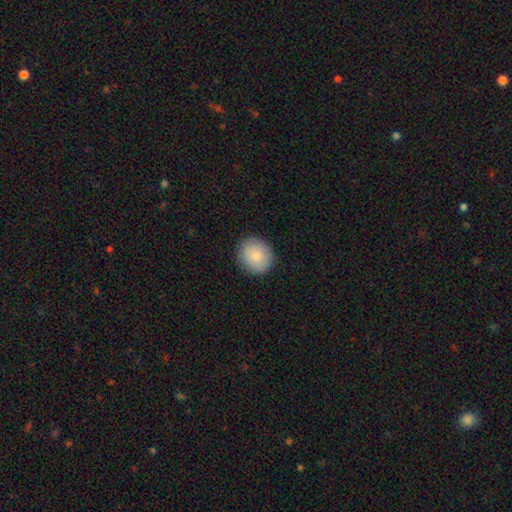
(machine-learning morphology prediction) Smooth or featured?
  - smooth: 86% *
  - featured or disk: 7%
  - star or artifact: 7%
How rounded?
  - round: 85% *
  - in between: 14%
  - cigar-shaped: 1%
Merging?
  - none: 90% *
  - minor disturbance: 7%
  - major disturbance: 2%
  - merger: 1%